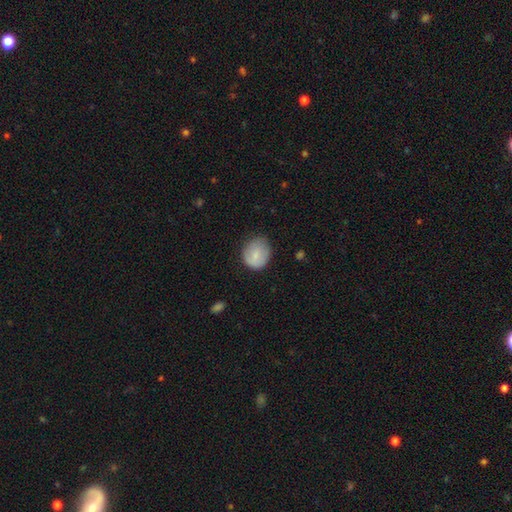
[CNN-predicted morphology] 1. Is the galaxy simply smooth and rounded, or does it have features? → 79% smooth, 14% featured or disk, 7% star or artifact.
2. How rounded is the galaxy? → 70% round, 29% in between, 1% cigar-shaped.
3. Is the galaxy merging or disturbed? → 66% none, 25% minor disturbance, 7% major disturbance, 1% merger.